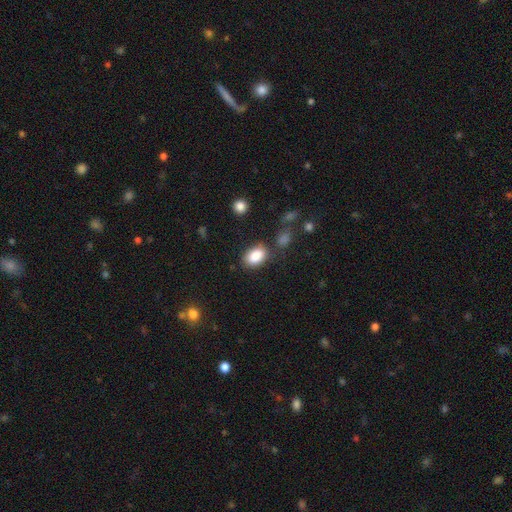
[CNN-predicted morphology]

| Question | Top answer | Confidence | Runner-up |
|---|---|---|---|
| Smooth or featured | smooth | 87% | star or artifact (8%) |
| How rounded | in between | 86% | round (12%) |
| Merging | none | 77% | minor disturbance (14%) |